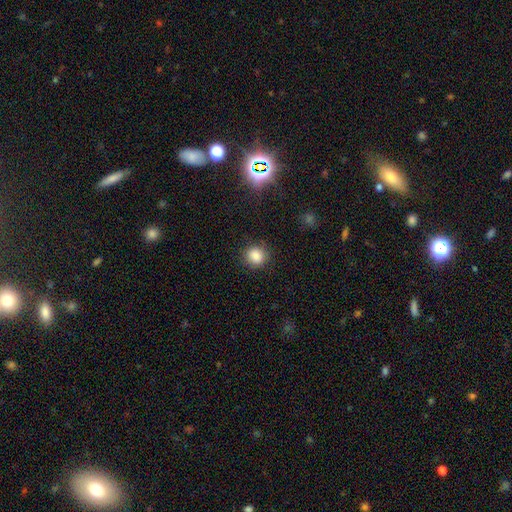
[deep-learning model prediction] Q: Smooth or featured?
A: smooth (86%); runner-up: star or artifact (11%)
Q: How rounded?
A: round (84%); runner-up: in between (15%)
Q: Merging?
A: none (87%); runner-up: minor disturbance (9%)